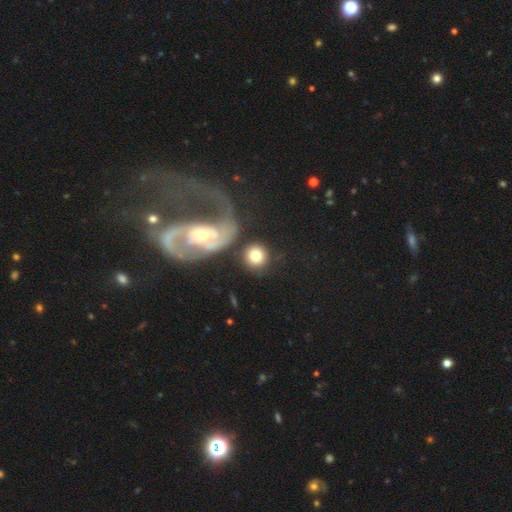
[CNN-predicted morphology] Smooth or featured? smooth (74%)
How rounded? round (87%)
Merging? none (61%)